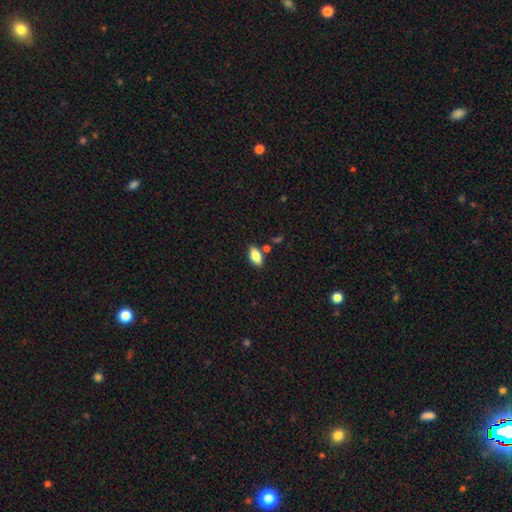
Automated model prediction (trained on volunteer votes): This is clearly a smooth galaxy (80%). How rounded: clearly in between (90%). Merging: likely none (79%).